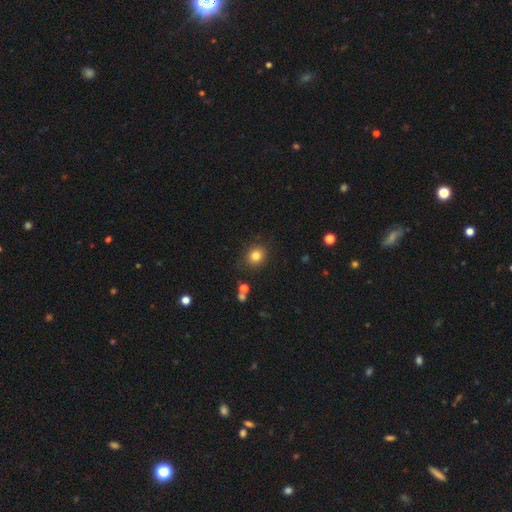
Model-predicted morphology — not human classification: This appears to be a smooth galaxy with no disk features (82%) that is round (81%). Merging: none (86%).